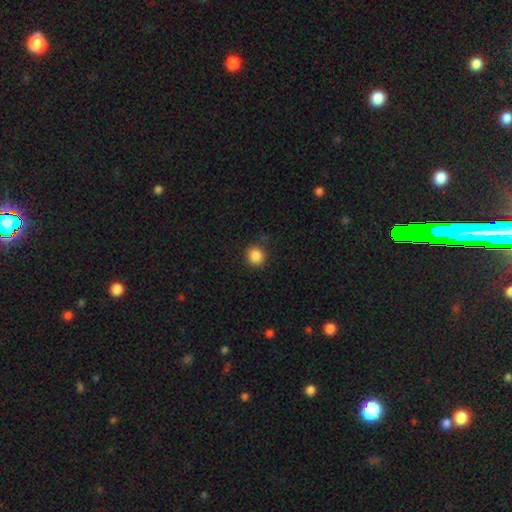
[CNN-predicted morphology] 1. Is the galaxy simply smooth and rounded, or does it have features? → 86% smooth, 10% star or artifact, 4% featured or disk.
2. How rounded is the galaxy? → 90% round, 9% in between, 1% cigar-shaped.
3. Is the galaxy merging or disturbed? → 88% none, 8% minor disturbance, 3% major disturbance, 1% merger.